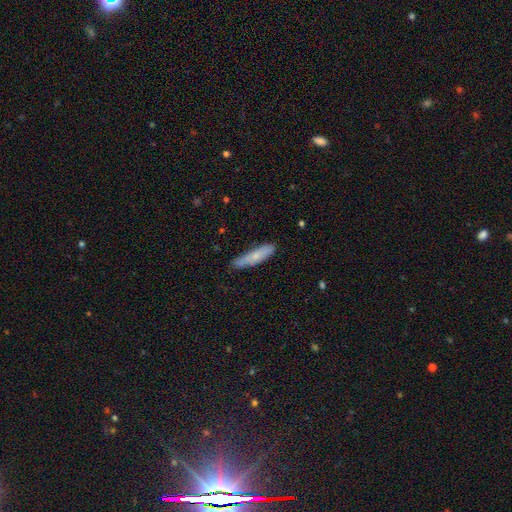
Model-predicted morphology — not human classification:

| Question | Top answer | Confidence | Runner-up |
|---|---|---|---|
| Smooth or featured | smooth | 66% | featured or disk (28%) |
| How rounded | cigar-shaped | 81% | in between (17%) |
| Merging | none | 73% | minor disturbance (22%) |